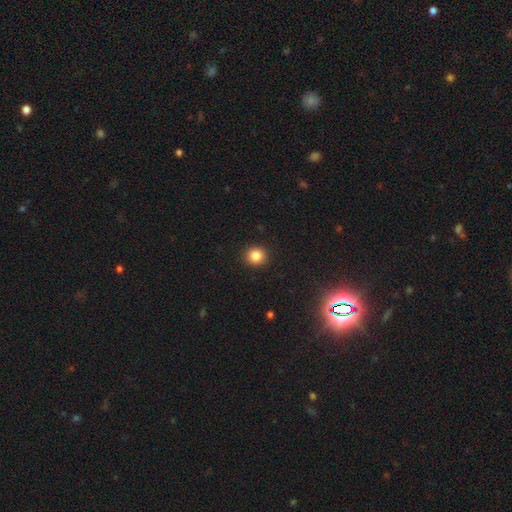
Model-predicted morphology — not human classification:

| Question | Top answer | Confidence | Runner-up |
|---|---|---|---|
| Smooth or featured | smooth | 84% | star or artifact (11%) |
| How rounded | round | 90% | in between (9%) |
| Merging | none | 92% | minor disturbance (5%) |